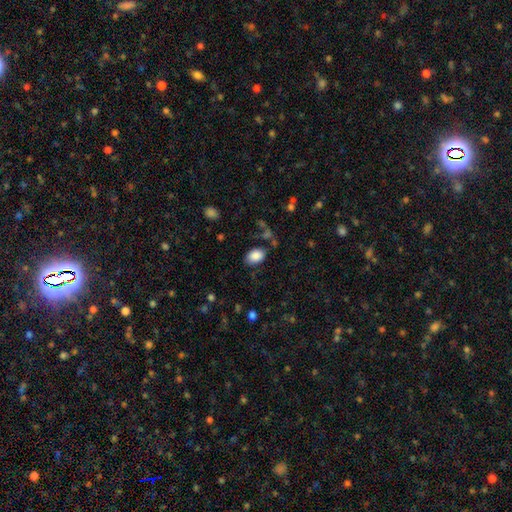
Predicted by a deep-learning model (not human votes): Smooth or featured?
  - smooth: 87% *
  - star or artifact: 8%
  - featured or disk: 5%
How rounded?
  - in between: 83% *
  - round: 16%
  - cigar-shaped: 1%
Merging?
  - none: 78% *
  - minor disturbance: 14%
  - major disturbance: 5%
  - merger: 4%